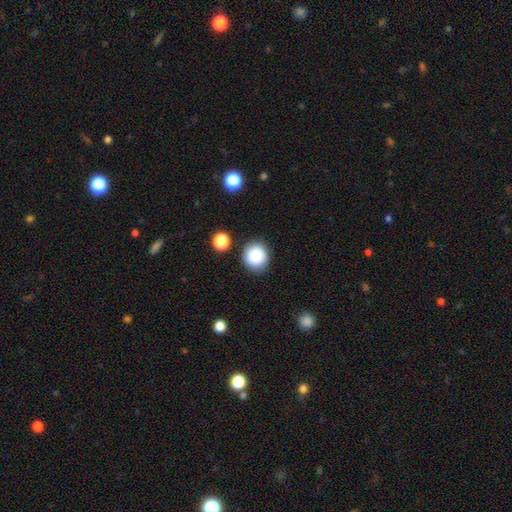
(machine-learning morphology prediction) The model was most divided on "how rounded": round: 88%, in between: 11%, cigar-shaped: 1%. More confident: smooth or featured — smooth (86%); merging — none (86%).